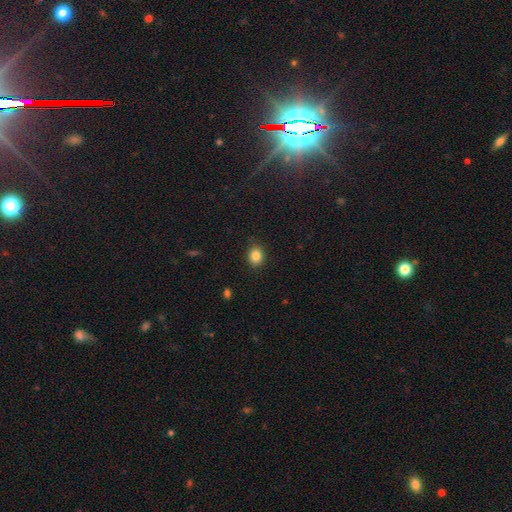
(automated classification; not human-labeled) A smooth galaxy with no disk features (85%) that is round (50%, tied with in between). Merging: none (87%).